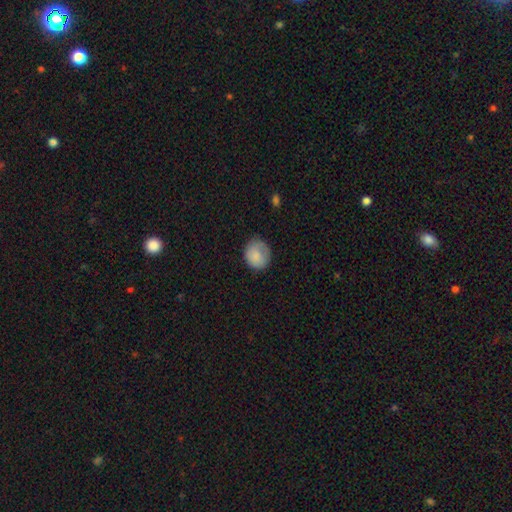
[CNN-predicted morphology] This appears to be a smooth galaxy with no disk features (82%) that is round (72%). Merging: none (67%).